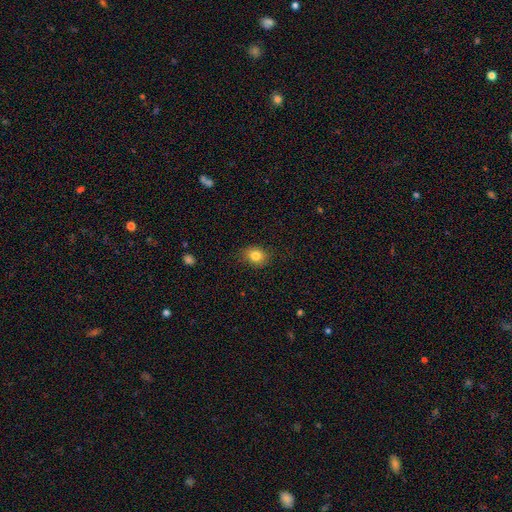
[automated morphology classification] Smooth or featured? smooth (83%)
How rounded? round (50%)
Merging? none (84%)